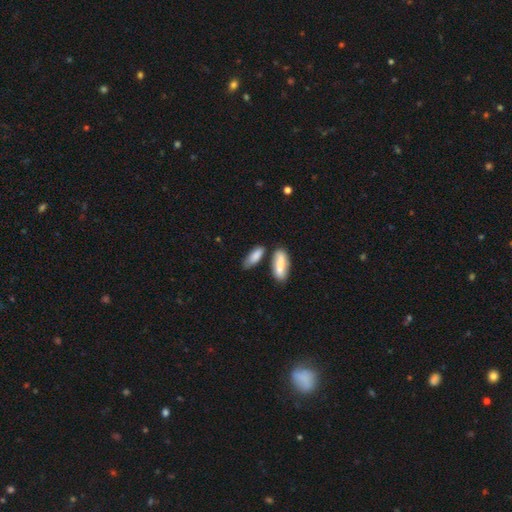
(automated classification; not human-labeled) smooth_or_featured: smooth (p=0.80) [alt: featured or disk p=0.13]
how_rounded: in between (p=0.60) [alt: cigar-shaped p=0.37]
merging: none (p=0.60) [alt: minor disturbance p=0.18]